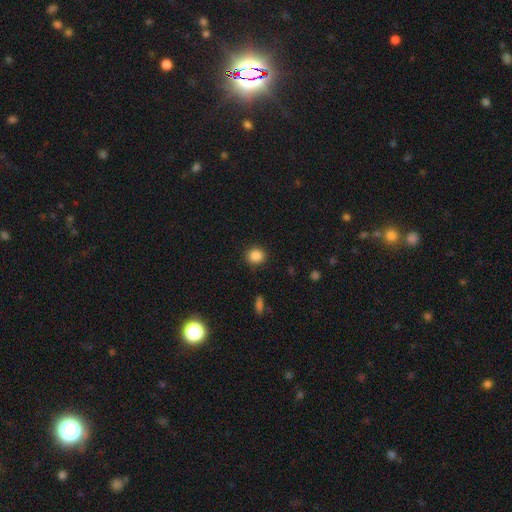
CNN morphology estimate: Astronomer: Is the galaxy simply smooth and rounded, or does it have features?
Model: smooth — 87%.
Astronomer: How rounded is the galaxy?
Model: round — 86%.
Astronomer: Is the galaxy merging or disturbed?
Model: none — 90%.